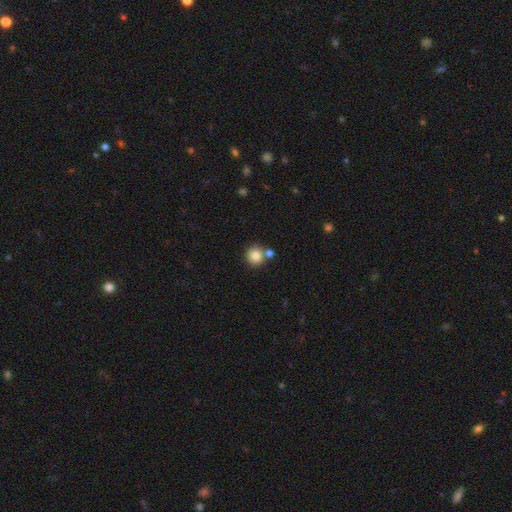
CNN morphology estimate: A smooth galaxy with no disk features (82%) that is round (92%). Merging: none (73%).